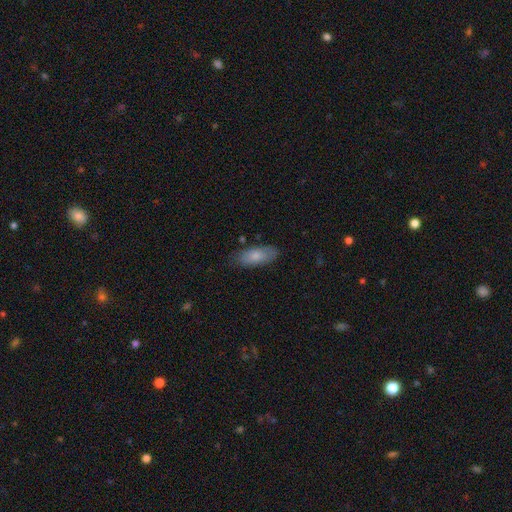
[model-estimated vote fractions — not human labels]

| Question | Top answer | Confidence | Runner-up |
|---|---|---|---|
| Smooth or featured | smooth | 78% | featured or disk (16%) |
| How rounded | in between | 83% | cigar-shaped (15%) |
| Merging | none | 79% | minor disturbance (17%) |